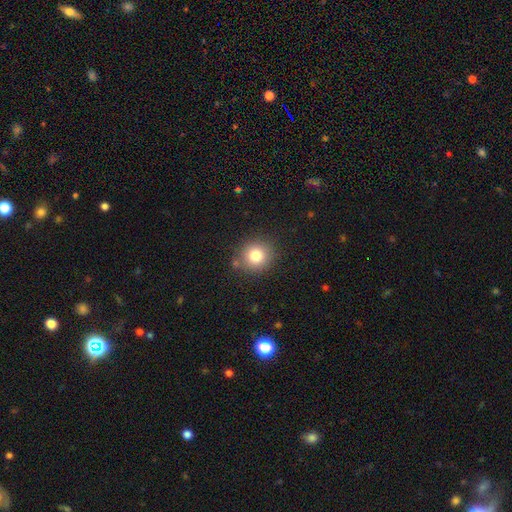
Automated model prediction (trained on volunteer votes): smooth_or_featured: smooth (p=0.81) [alt: star or artifact p=0.11]
how_rounded: round (p=0.89) [alt: in between p=0.10]
merging: none (p=0.82) [alt: minor disturbance p=0.11]